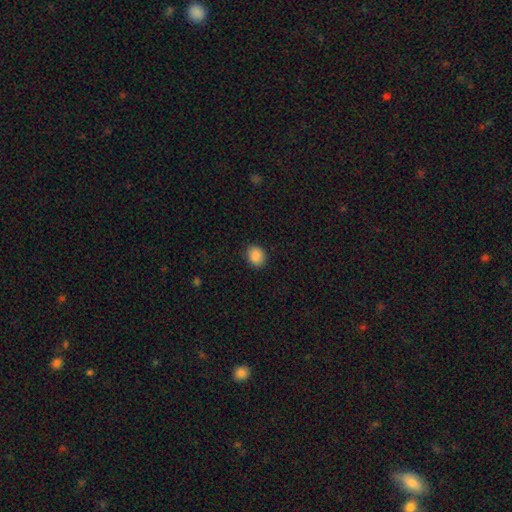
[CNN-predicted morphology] A smooth galaxy with no disk features (88%) that is round (56%).

Vote fractions:
- Smooth or featured? smooth: 88% / star or artifact: 9% / featured or disk: 3%
- How rounded? round: 56% / in between: 43% / cigar-shaped: 1%
- Merging? none: 89% / minor disturbance: 8% / major disturbance: 2% / merger: 1%